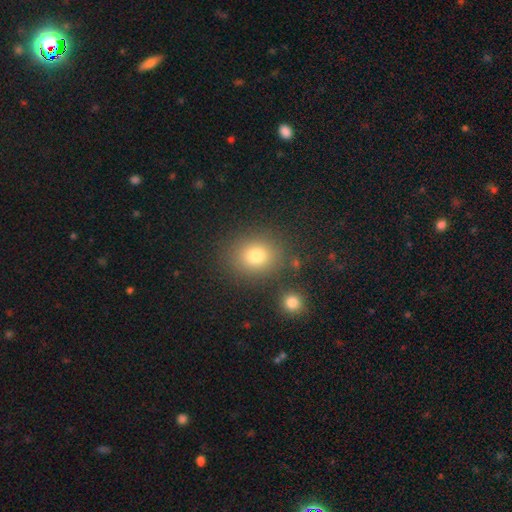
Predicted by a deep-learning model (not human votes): smooth 77%, star or artifact 14%, featured or disk 9%. Down the decision tree: how rounded — round (71%); merging — none (81%).